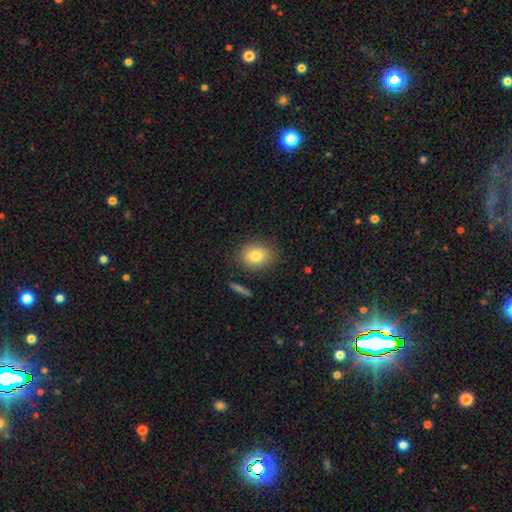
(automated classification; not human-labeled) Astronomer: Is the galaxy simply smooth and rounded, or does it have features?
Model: smooth — 81%.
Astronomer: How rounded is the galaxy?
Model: round — 52% (runner-up: in between, 47%).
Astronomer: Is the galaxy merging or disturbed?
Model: none — 83%.